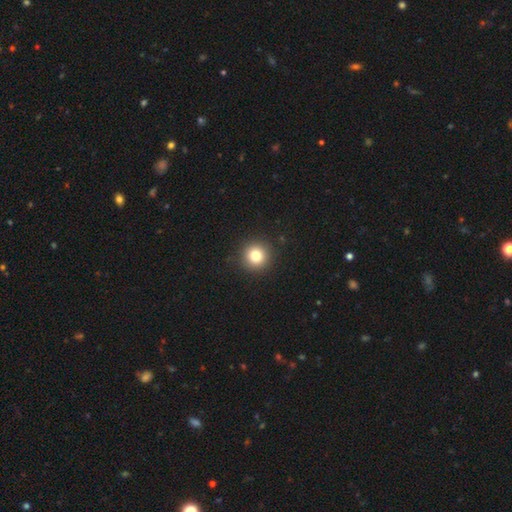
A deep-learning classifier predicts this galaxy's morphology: Smooth or featured: smooth — 80% (star or artifact — 12%)
How rounded: round — 95% (in between — 4%)
Merging: none — 92% (minor disturbance — 5%)